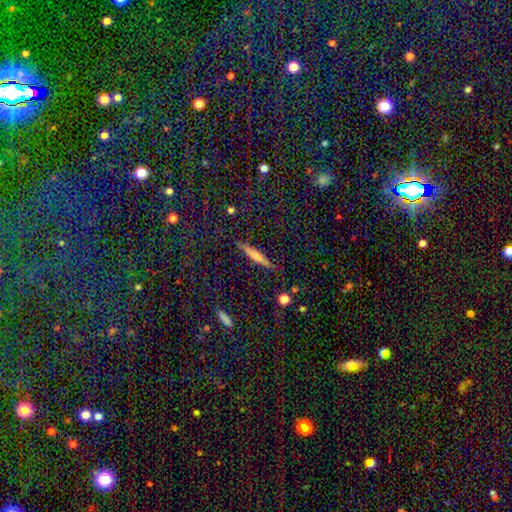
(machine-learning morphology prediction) Smooth or featured: smooth — 57% (featured or disk — 34%)
How rounded: cigar-shaped — 90% (in between — 7%)
Merging: none — 87% (minor disturbance — 9%)